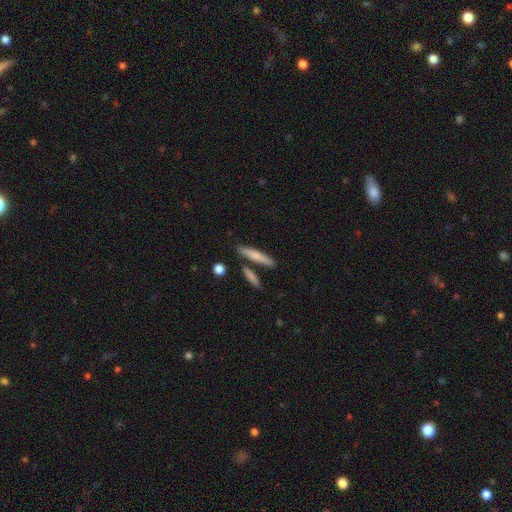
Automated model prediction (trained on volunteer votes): smooth 74%, featured or disk 21%, star or artifact 6%. Down the decision tree: how rounded — cigar-shaped (87%); merging — none (80%).